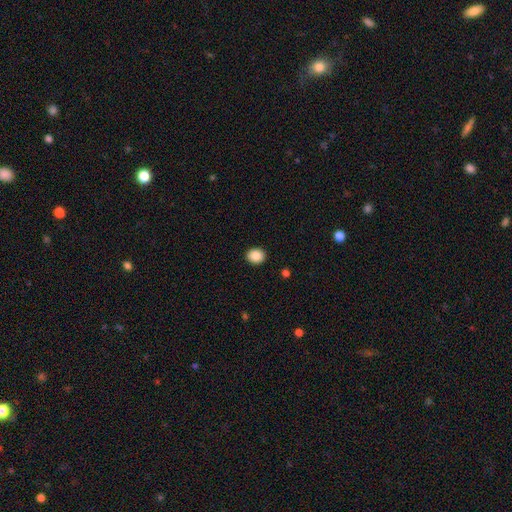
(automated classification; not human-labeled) A smooth galaxy with no disk features (87%) that is round (71%).

Vote fractions:
- Smooth or featured? smooth: 87% / star or artifact: 9% / featured or disk: 5%
- How rounded? round: 71% / in between: 28% / cigar-shaped: 1%
- Merging? none: 92% / minor disturbance: 5% / major disturbance: 2% / merger: 1%